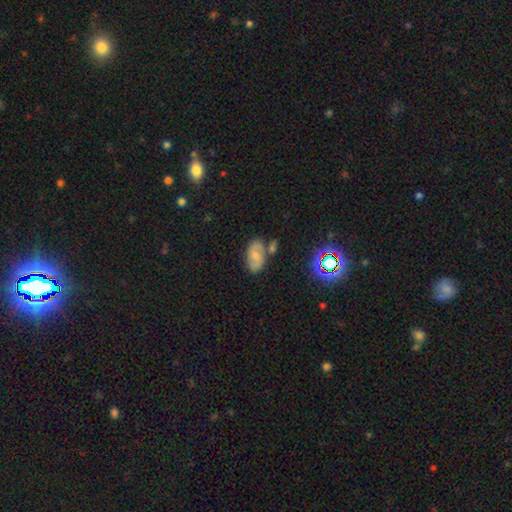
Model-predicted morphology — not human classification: smooth 49%, featured or disk 38%, star or artifact 13%. Down the decision tree: merging — none (64%).